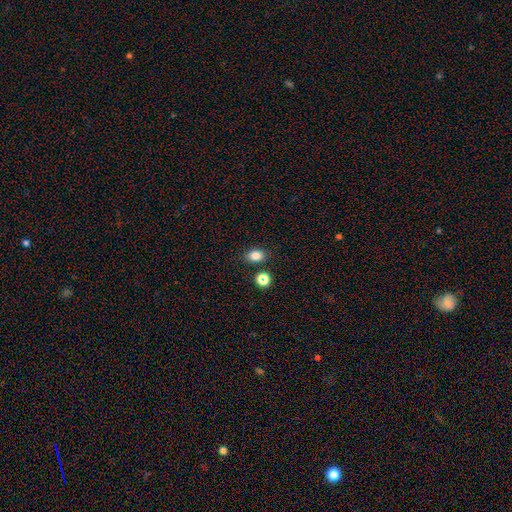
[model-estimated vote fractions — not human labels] A smooth galaxy with no disk features (82%) that is in between round and cigar-shaped (70%).

Vote fractions:
- Smooth or featured? smooth: 82% / star or artifact: 13% / featured or disk: 6%
- How rounded? in between: 70% / round: 28% / cigar-shaped: 1%
- Merging? none: 82% / minor disturbance: 10% / merger: 6% / major disturbance: 3%